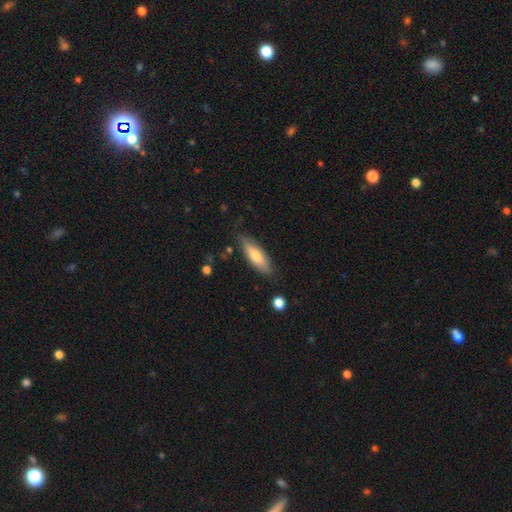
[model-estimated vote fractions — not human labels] Overall: smooth (67%; featured or disk 27%). How rounded: in between (51%; cigar-shaped 47%). Merging: none (79%).